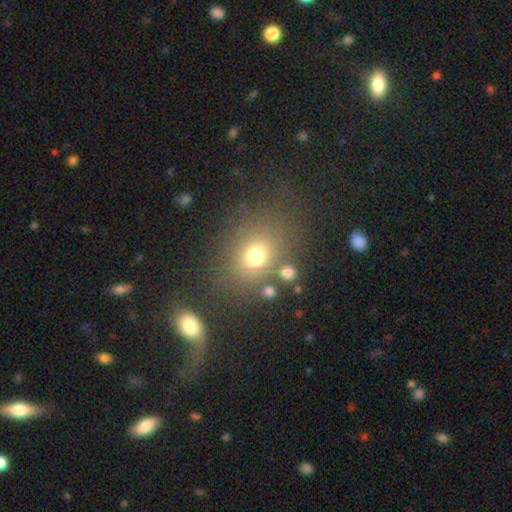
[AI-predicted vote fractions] This is likely a smooth galaxy (71%). How rounded: possibly round (51%). Merging: likely none (72%).